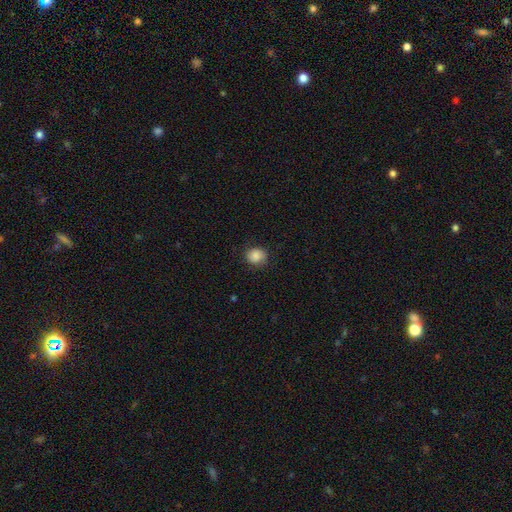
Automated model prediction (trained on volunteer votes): A smooth galaxy with no disk features (86%) that is round (75%). Merging: none (80%).